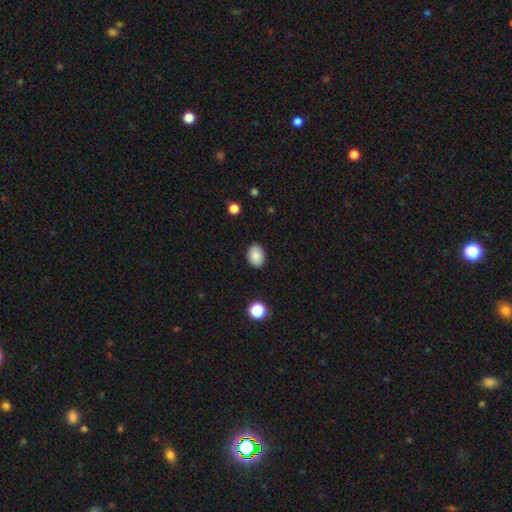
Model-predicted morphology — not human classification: type=smooth (88%); roundness=in between (78%); merging=none (87%).